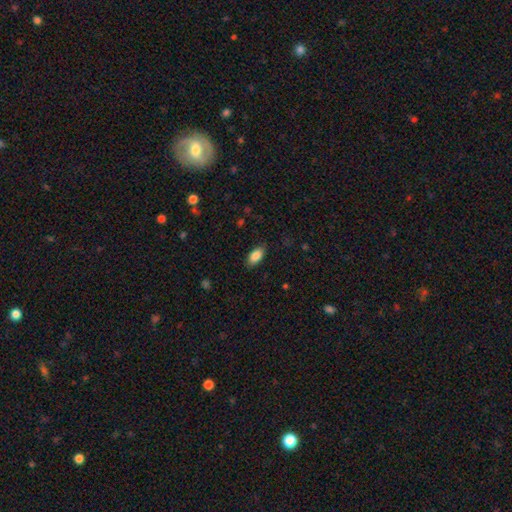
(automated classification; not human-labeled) Overall: smooth (88%). How rounded: in between (92%). Merging: none (84%).